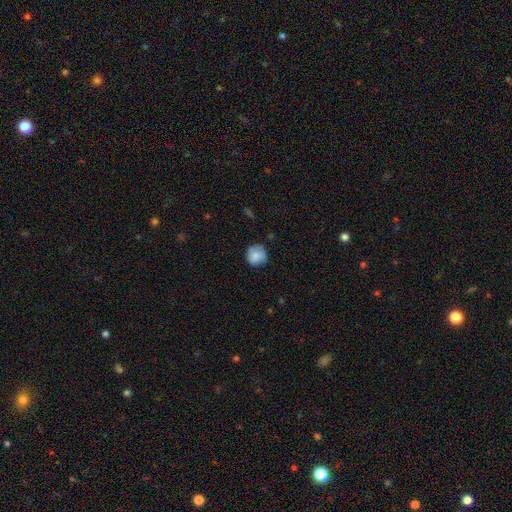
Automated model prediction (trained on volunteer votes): Smooth or featured? smooth (78%)
How rounded? round (91%)
Merging? none (73%)